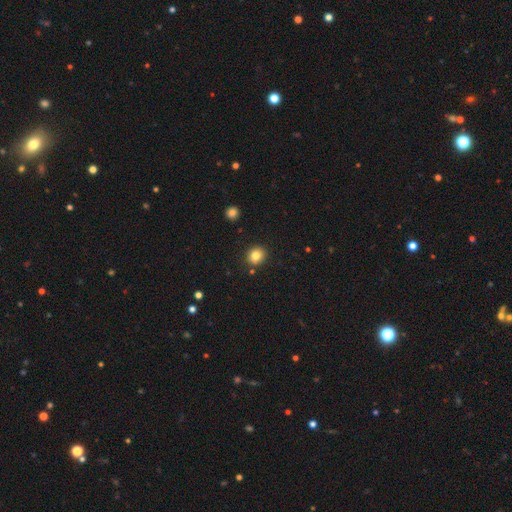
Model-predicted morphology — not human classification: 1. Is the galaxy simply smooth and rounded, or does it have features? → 82% smooth, 11% star or artifact, 7% featured or disk.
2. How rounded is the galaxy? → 82% round, 17% in between, 1% cigar-shaped.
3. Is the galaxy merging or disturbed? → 88% none, 7% minor disturbance, 3% merger, 2% major disturbance.